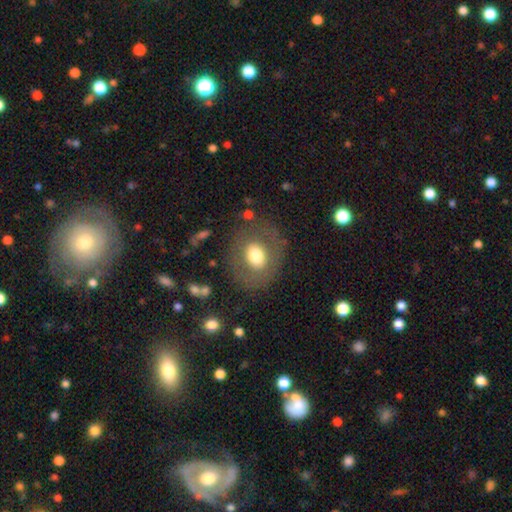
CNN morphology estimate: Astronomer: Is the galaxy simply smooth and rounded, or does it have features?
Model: smooth — 61%.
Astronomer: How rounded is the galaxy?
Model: round — 62%.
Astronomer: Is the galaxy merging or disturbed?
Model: none — 77%.